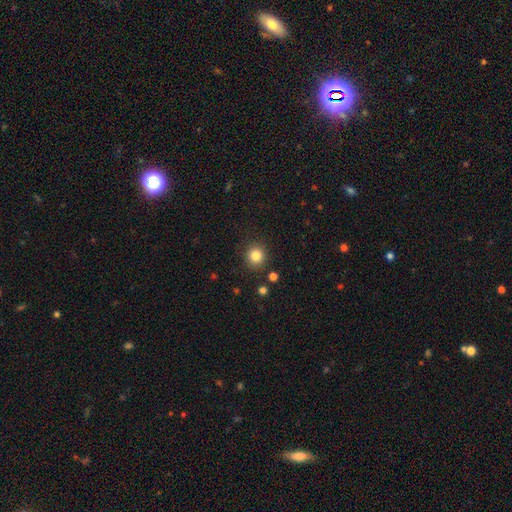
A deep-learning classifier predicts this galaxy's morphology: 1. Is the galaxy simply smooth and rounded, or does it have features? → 83% smooth, 12% star or artifact, 5% featured or disk.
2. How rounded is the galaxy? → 91% round, 8% in between, 1% cigar-shaped.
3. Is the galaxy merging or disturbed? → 88% none, 7% minor disturbance, 2% major disturbance, 2% merger.